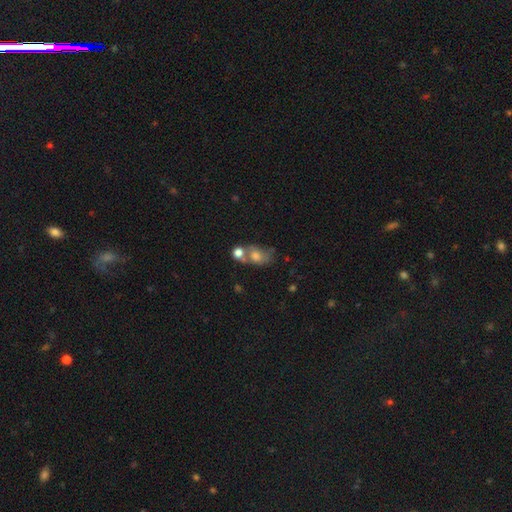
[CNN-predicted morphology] type=smooth (62%); roundness=in between (69%); merging=merger (43%).